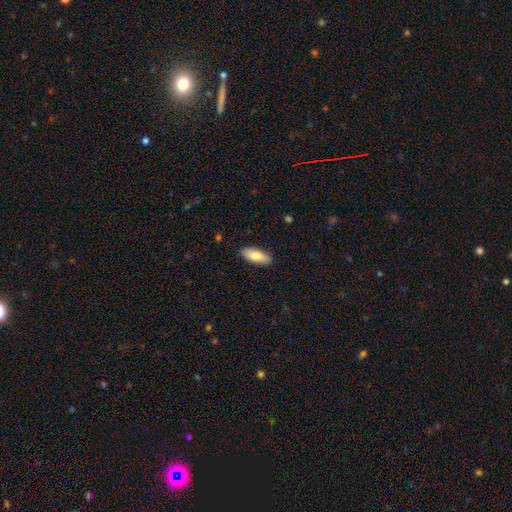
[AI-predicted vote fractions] The model was most divided on "how rounded": in between: 81%, cigar-shaped: 17%, round: 2%. More confident: merging — none (89%); smooth or featured — smooth (82%).